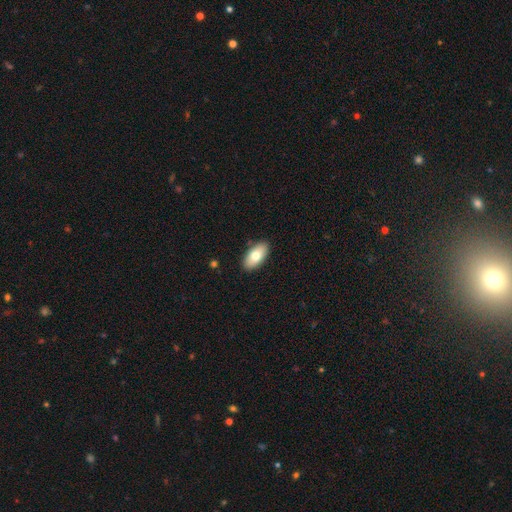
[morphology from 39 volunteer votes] smooth_or_featured: smooth (p=0.85) [alt: featured or disk p=0.13]
how_rounded: in between (p=0.91) [alt: cigar-shaped p=0.06]
merging: none (p=0.84) [alt: minor disturbance p=0.08]